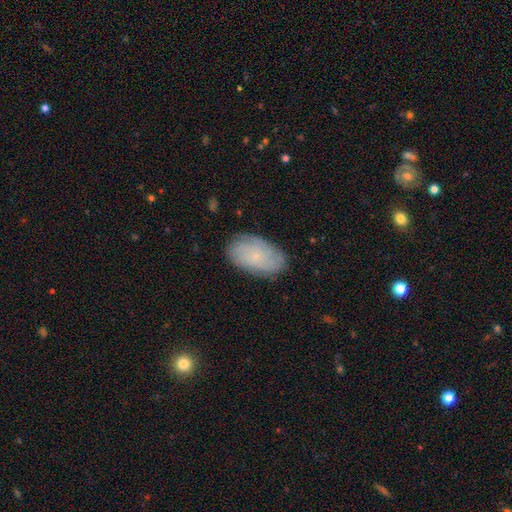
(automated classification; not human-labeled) smooth-or-featured: smooth: 49% | featured or disk: 41% | star or artifact: 9%
  merging: none: 81% | minor disturbance: 14% | major disturbance: 3% | merger: 1%